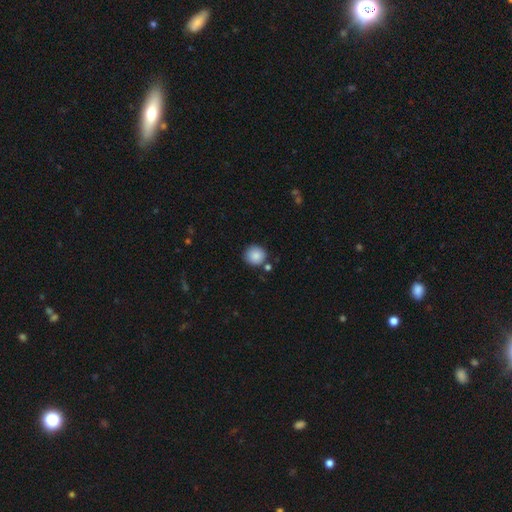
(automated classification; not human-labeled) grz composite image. It shows a smooth galaxy with no disk features (88%) that is round (90%). Merging: none (82%).